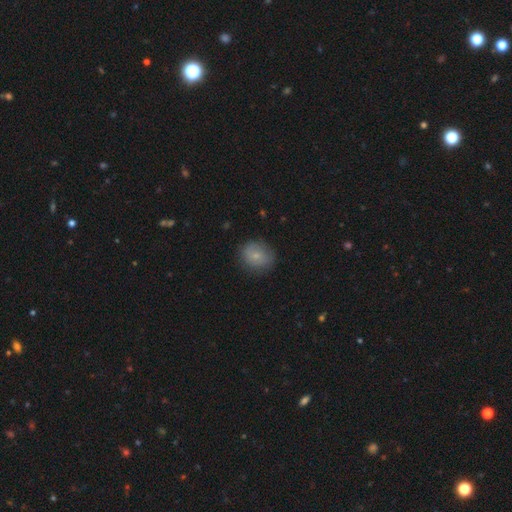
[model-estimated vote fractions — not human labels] Smooth or featured?
  - smooth: 76% *
  - featured or disk: 15%
  - star or artifact: 9%
How rounded?
  - round: 71% *
  - in between: 28%
  - cigar-shaped: 1%
Merging?
  - none: 79% *
  - minor disturbance: 16%
  - major disturbance: 4%
  - merger: 1%